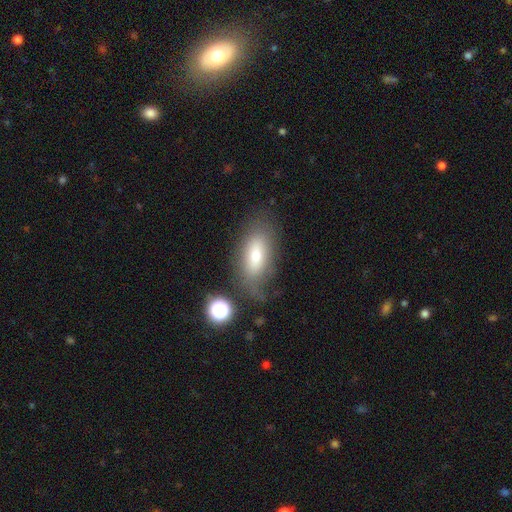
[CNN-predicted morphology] Q: Smooth or featured?
A: smooth (66%); runner-up: featured or disk (24%)
Q: How rounded?
A: in between (83%); runner-up: cigar-shaped (11%)
Q: Merging?
A: none (65%); runner-up: minor disturbance (20%)